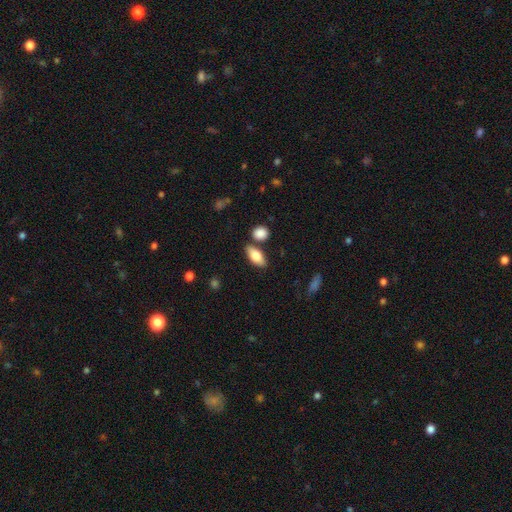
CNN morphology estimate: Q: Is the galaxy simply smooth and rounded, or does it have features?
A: smooth — 76%.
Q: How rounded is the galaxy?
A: in between — 84%.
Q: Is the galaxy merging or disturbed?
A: none — 77%.